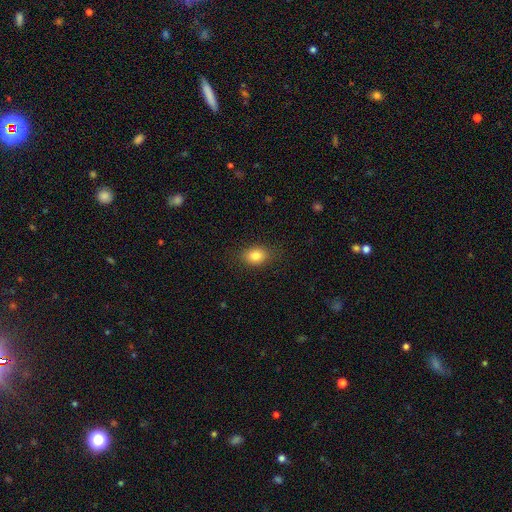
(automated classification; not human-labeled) Overall: smooth (82%). How rounded: in between (71%). Merging: none (85%).